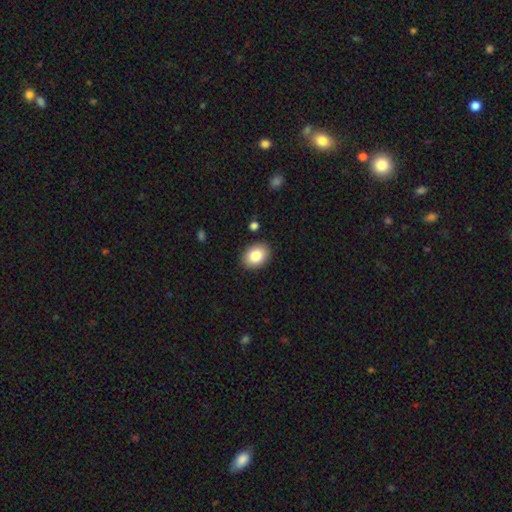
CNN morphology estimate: This appears to be a smooth galaxy with no disk features (84%) that is in between round and cigar-shaped (71%). Merging: none (89%).